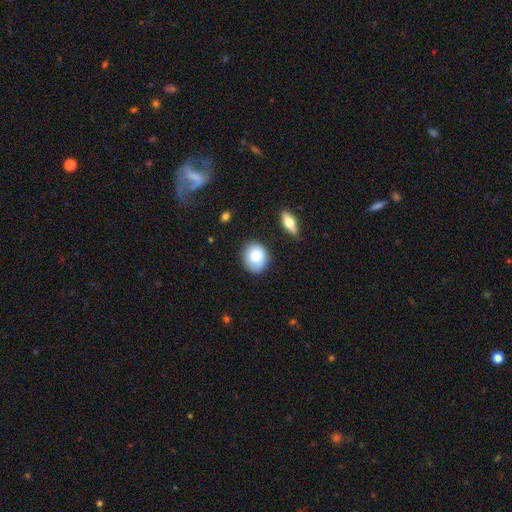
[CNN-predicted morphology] type=smooth (78%); roundness=round (61%); merging=none (80%).